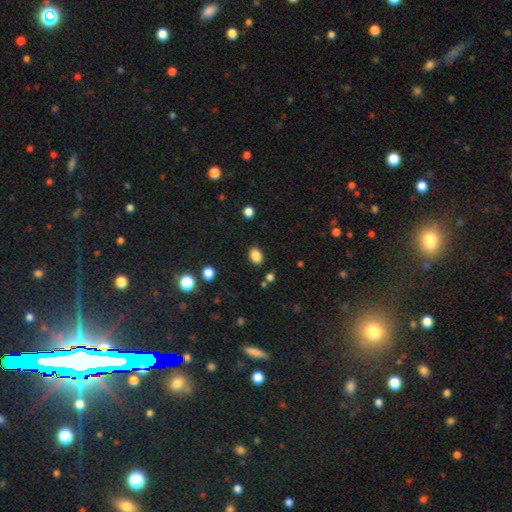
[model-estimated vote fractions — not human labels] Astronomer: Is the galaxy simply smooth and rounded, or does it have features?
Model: smooth — 86%.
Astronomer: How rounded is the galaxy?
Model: in between — 80%.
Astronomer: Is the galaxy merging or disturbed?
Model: none — 85%.